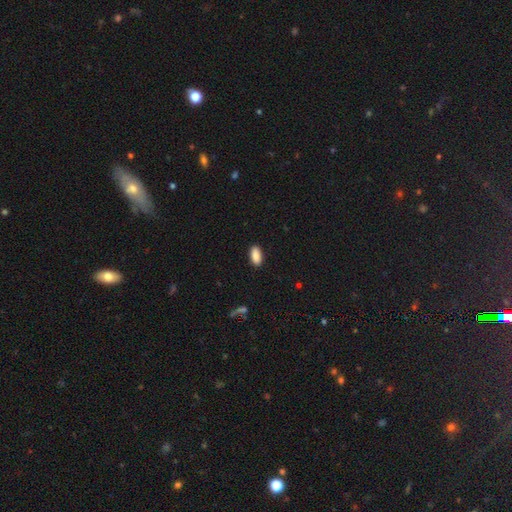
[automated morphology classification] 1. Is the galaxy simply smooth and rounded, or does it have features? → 88% smooth, 7% star or artifact, 5% featured or disk.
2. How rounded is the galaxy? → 90% in between, 8% cigar-shaped, 2% round.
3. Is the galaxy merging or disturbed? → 89% none, 8% minor disturbance, 2% major disturbance, 1% merger.